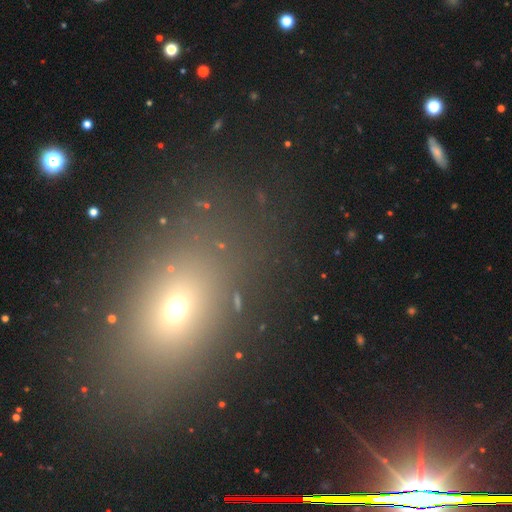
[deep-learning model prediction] Smooth or featured?
  - smooth: 48% *
  - star or artifact: 38%
  - featured or disk: 14%
Merging?
  - none: 85% *
  - minor disturbance: 8%
  - major disturbance: 5%
  - merger: 3%